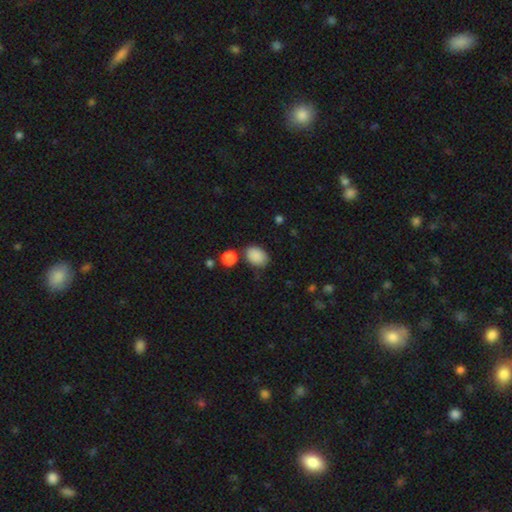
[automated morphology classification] The model was most divided on "merging": none: 72%, minor disturbance: 16%, merger: 8%, major disturbance: 4%. More confident: smooth or featured — smooth (88%); how rounded — in between (78%).